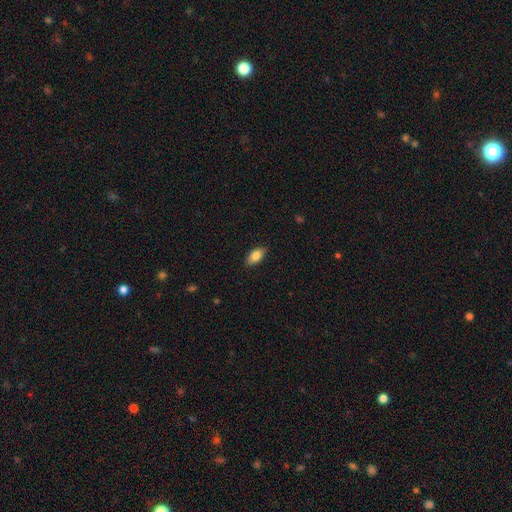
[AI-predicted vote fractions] A smooth galaxy with no disk features (83%) that is in between round and cigar-shaped (90%).

Vote fractions:
- Smooth or featured? smooth: 83% / featured or disk: 10% / star or artifact: 7%
- How rounded? in between: 90% / cigar-shaped: 6% / round: 4%
- Merging? none: 86% / minor disturbance: 11% / major disturbance: 2% / merger: 1%